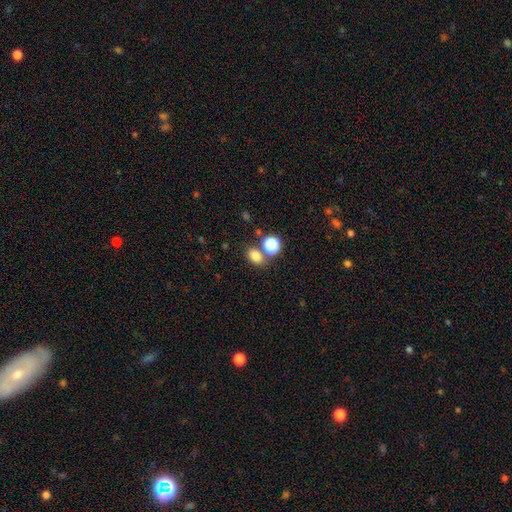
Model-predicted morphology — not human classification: smooth-or-featured: smooth: 78% | star or artifact: 16% | featured or disk: 6%
  how-rounded: in between: 67% | round: 32% | cigar-shaped: 1%
  merging: none: 67% | merger: 19% | minor disturbance: 10% | major disturbance: 4%